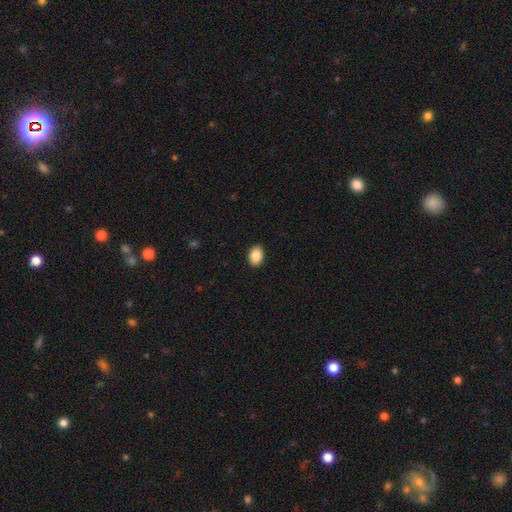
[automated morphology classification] Q: Smooth or featured?
A: smooth (88%); runner-up: star or artifact (8%)
Q: How rounded?
A: in between (77%); runner-up: round (22%)
Q: Merging?
A: none (91%); runner-up: minor disturbance (6%)